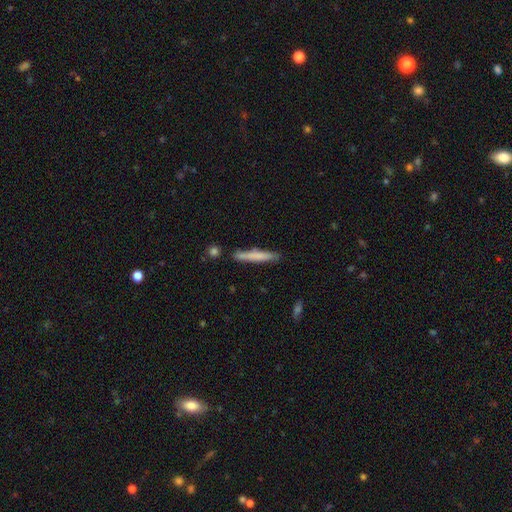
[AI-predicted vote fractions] The model was most divided on "smooth or featured": smooth: 70%, featured or disk: 24%, star or artifact: 6%. More confident: how rounded — cigar-shaped (95%); merging — none (82%).